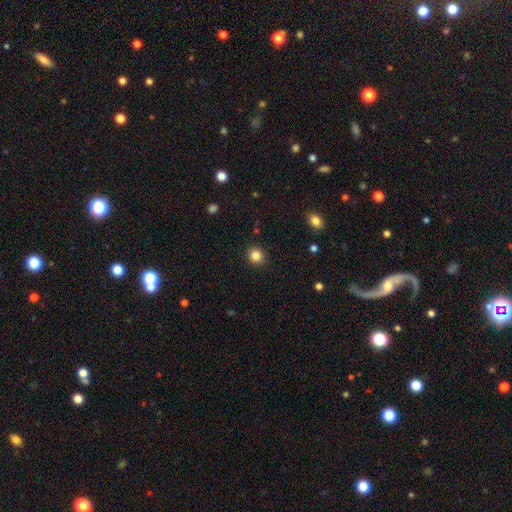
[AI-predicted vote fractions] smooth 85%, star or artifact 11%, featured or disk 4%. Down the decision tree: how rounded — round (87%); merging — none (90%).